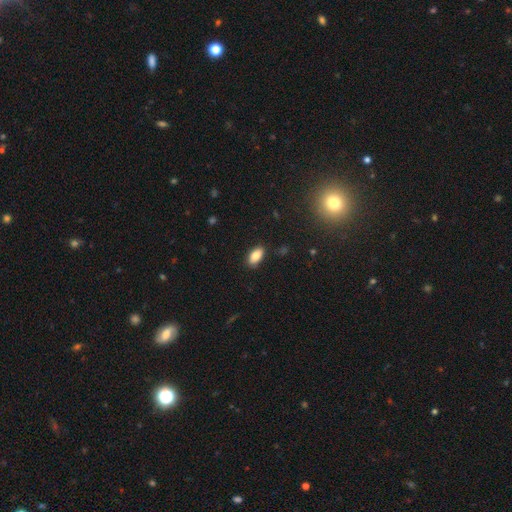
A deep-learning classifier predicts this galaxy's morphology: type=smooth (83%); roundness=in between (91%); merging=none (85%).